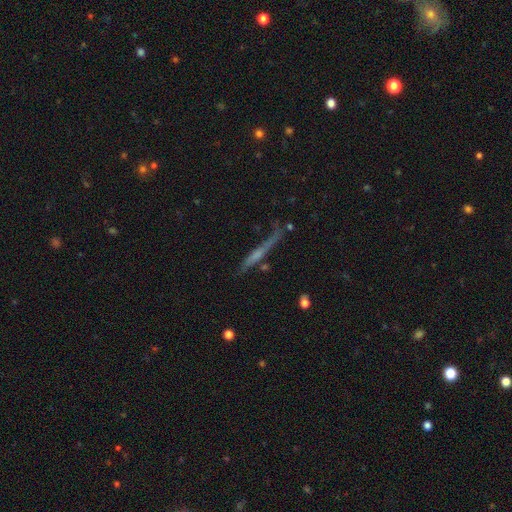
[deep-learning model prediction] Q: Smooth or featured?
A: featured or disk (55%); runner-up: smooth (35%)
Q: Edge-on disk?
A: yes (90%); runner-up: no (10%)
Q: Merging?
A: none (63%); runner-up: minor disturbance (21%)